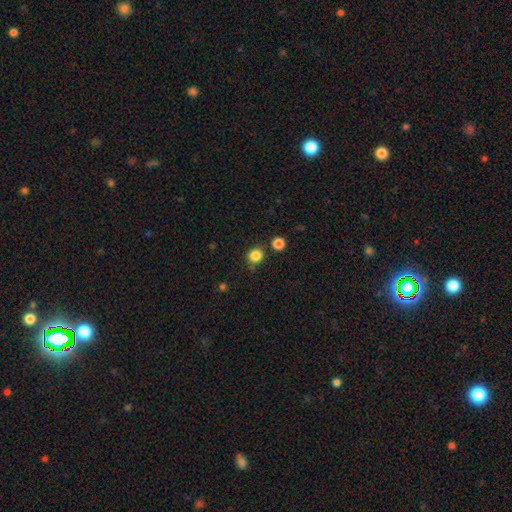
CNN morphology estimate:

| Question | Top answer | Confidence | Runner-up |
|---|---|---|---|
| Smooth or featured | smooth | 84% | star or artifact (12%) |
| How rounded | round | 84% | in between (15%) |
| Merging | none | 77% | minor disturbance (12%) |